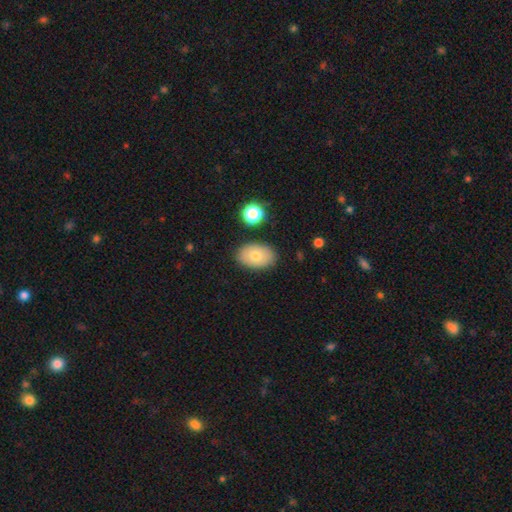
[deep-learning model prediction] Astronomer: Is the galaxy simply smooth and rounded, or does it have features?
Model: smooth — 74%.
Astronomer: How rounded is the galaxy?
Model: in between — 89%.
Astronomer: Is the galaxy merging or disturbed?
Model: none — 85%.